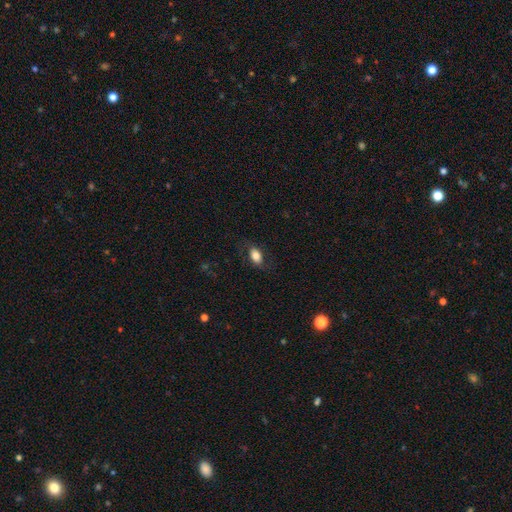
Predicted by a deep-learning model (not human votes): A smooth galaxy with no disk features (78%) that is in between round and cigar-shaped (88%).

Vote fractions:
- Smooth or featured? smooth: 78% / featured or disk: 15% / star or artifact: 8%
- How rounded? in between: 88% / round: 10% / cigar-shaped: 2%
- Merging? none: 75% / minor disturbance: 16% / major disturbance: 8% / merger: 1%